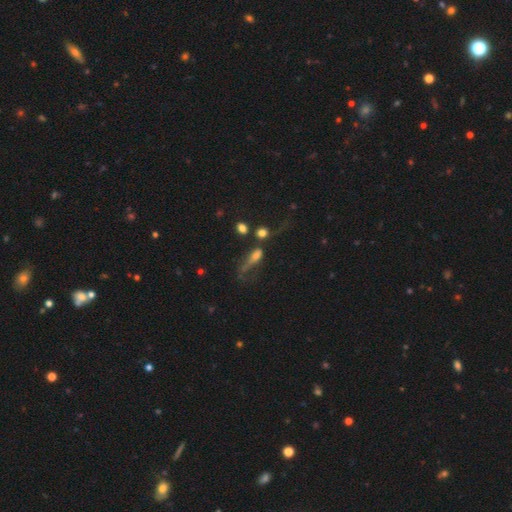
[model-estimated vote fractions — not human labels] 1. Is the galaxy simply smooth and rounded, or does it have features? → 45% smooth, 35% featured or disk, 19% star or artifact.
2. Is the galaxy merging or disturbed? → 43% major disturbance, 23% none, 21% merger, 14% minor disturbance.